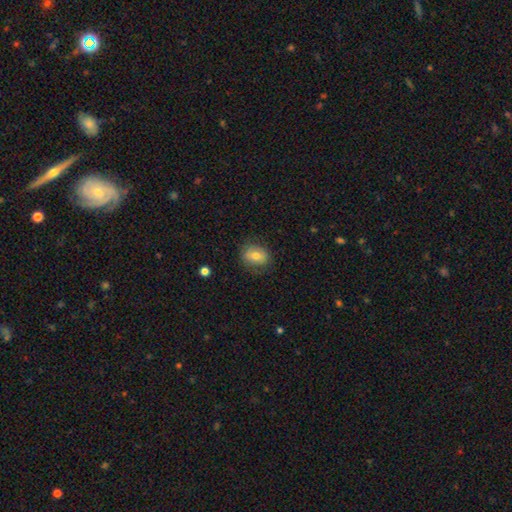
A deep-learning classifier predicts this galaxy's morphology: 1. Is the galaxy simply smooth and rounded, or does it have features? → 68% smooth, 23% featured or disk, 9% star or artifact.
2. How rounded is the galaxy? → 60% in between, 38% round, 1% cigar-shaped.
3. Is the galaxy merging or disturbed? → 80% none, 15% minor disturbance, 5% major disturbance, 1% merger.